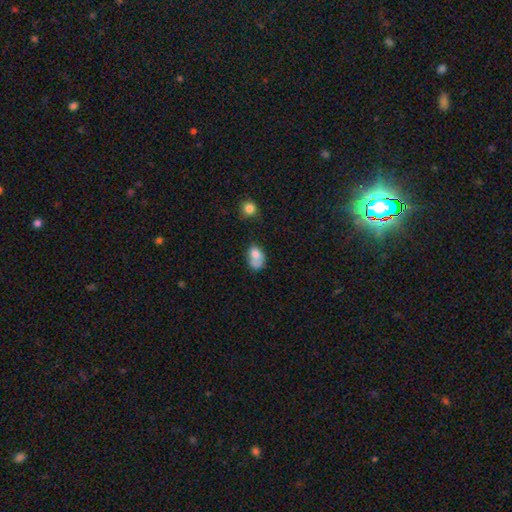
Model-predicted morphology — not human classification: type=smooth (74%); roundness=in between (75%); merging=none (31%).